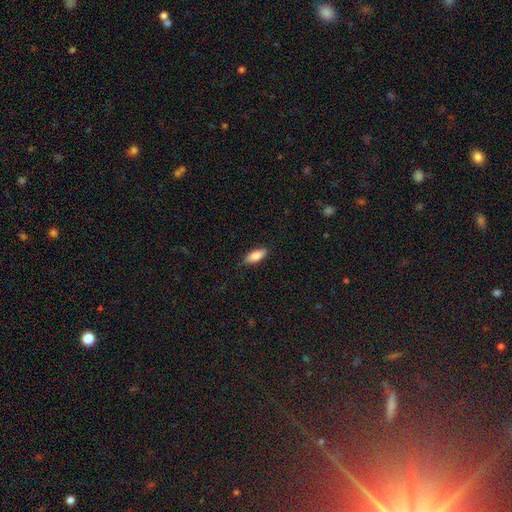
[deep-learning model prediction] A smooth galaxy with no disk features (86%) that is in between round and cigar-shaped (83%). Merging: none (83%).